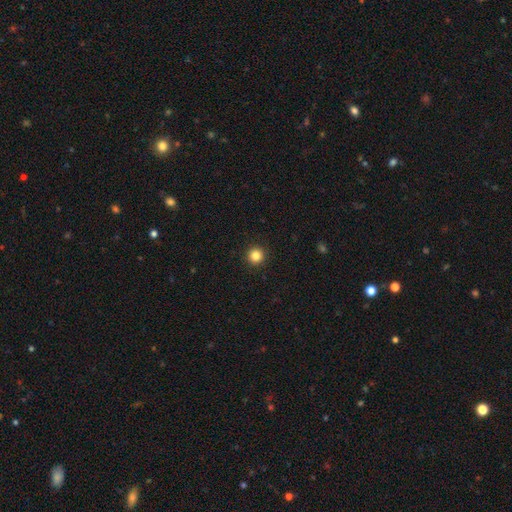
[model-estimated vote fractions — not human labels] A smooth galaxy with no disk features (84%) that is round (96%). Merging: none (93%).